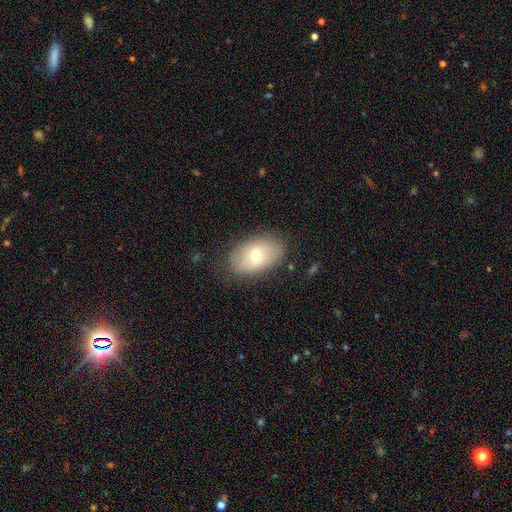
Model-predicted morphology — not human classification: Q: Smooth or featured?
A: smooth (67%); runner-up: featured or disk (25%)
Q: How rounded?
A: in between (89%); runner-up: round (10%)
Q: Merging?
A: none (82%); runner-up: minor disturbance (14%)